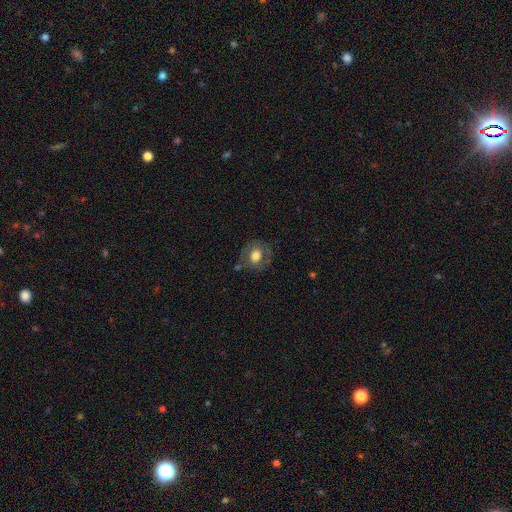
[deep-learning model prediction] Overall: smooth (56%; featured or disk 35%). How rounded: round (58%; in between 41%). Merging: none (70%).